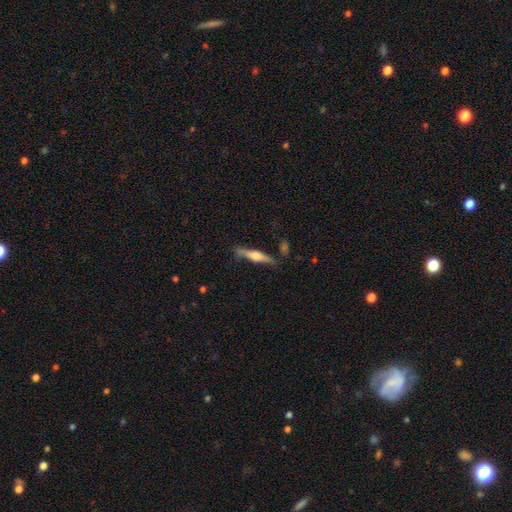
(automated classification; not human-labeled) A featured or disk galaxy (62%) viewed edge-on (97%) with a rounded central bulge (76%).

Vote fractions:
- Smooth or featured? featured or disk: 62% / smooth: 32% / star or artifact: 6%
- Edge-on disk? yes: 97% / no: 3%
- Edge-on bulge? rounded: 76% / boxy: 18% / none: 6%
- Merging? none: 81% / minor disturbance: 14% / major disturbance: 3% / merger: 3%